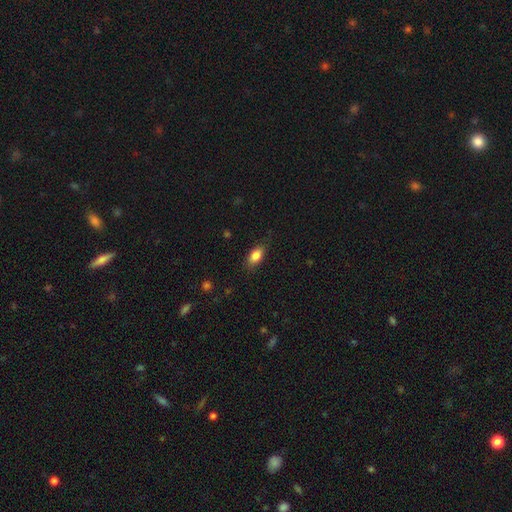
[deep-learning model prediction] Q: Smooth or featured?
A: smooth (83%); runner-up: featured or disk (9%)
Q: How rounded?
A: in between (86%); runner-up: round (8%)
Q: Merging?
A: none (79%); runner-up: minor disturbance (16%)